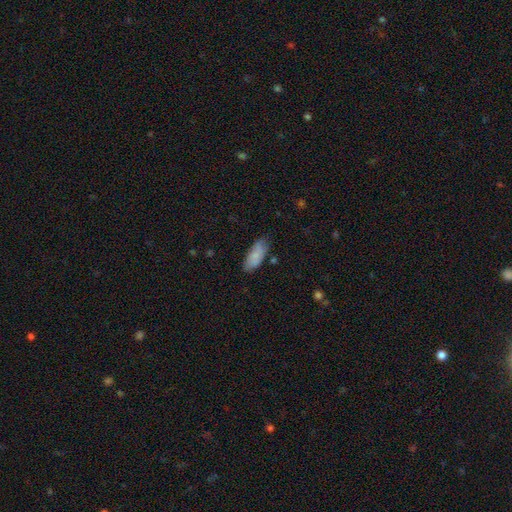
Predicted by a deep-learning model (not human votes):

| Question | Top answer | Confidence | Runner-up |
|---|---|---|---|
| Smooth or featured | smooth | 79% | featured or disk (14%) |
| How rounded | in between | 83% | cigar-shaped (15%) |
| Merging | none | 73% | minor disturbance (21%) |